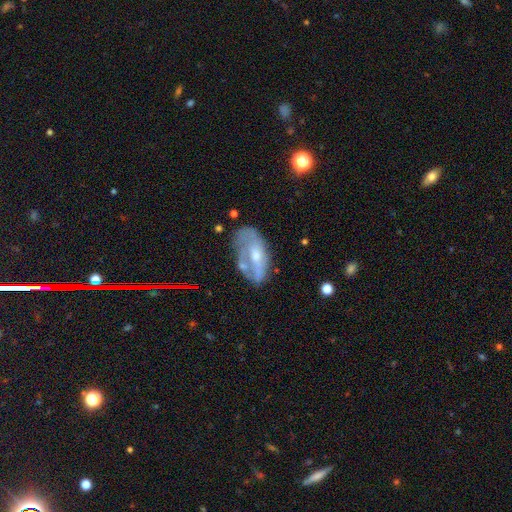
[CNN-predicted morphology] featured or disk 56%, smooth 35%, star or artifact 9%. Down the decision tree: edge-on disk — no (88%); merging — none (41%).